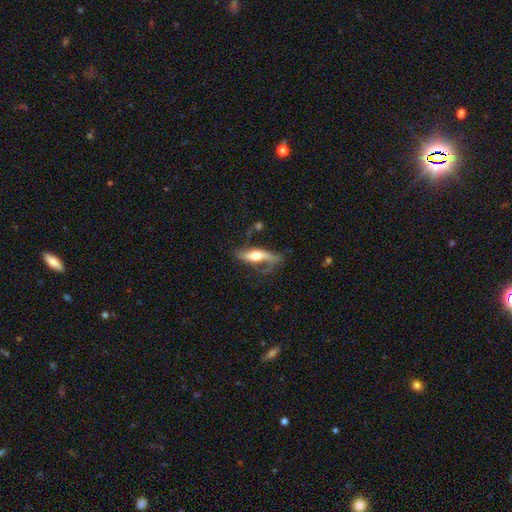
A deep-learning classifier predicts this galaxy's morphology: smooth-or-featured: featured or disk: 59% | smooth: 35% | star or artifact: 6%
  disk-edge-on: yes: 50% (tied) | no: 50% (tied)
  merging: none: 47% | minor disturbance: 26% | major disturbance: 22% | merger: 5%